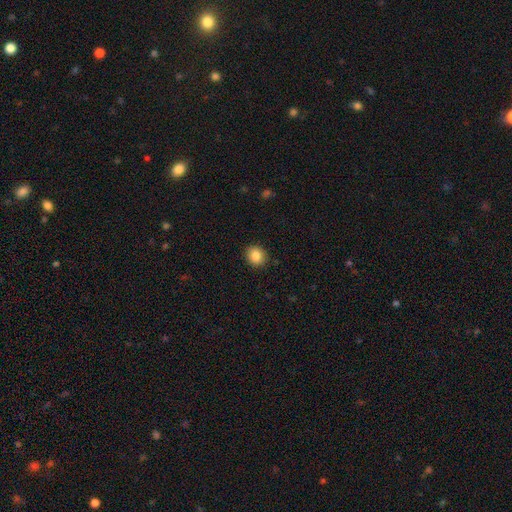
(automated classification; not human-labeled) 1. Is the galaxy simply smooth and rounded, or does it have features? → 86% smooth, 9% star or artifact, 5% featured or disk.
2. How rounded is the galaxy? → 80% round, 19% in between, 1% cigar-shaped.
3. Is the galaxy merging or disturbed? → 90% none, 7% minor disturbance, 2% major disturbance, 1% merger.